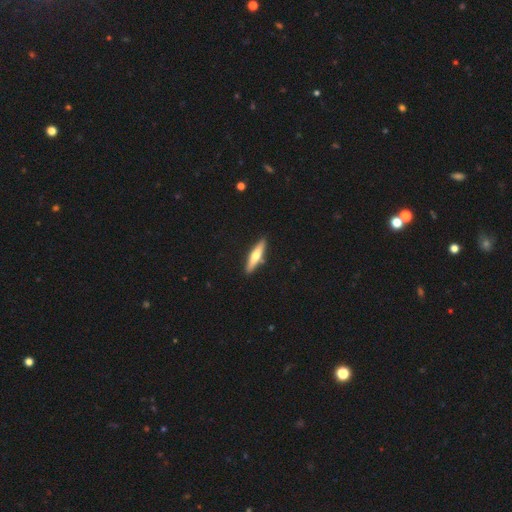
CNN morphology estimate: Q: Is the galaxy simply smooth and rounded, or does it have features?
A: smooth — 52%.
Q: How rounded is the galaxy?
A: cigar-shaped — 81%.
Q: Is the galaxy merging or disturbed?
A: none — 88%.